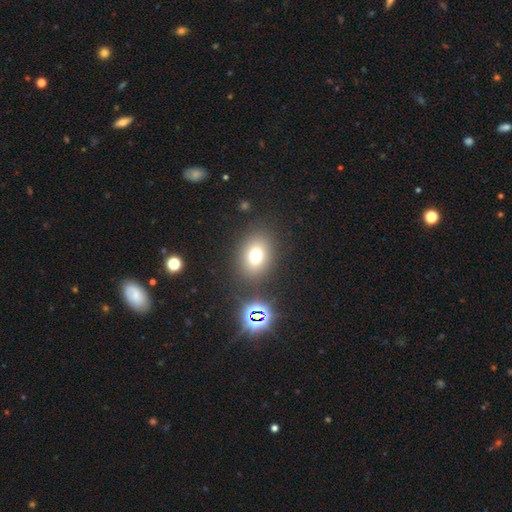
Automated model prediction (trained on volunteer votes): Smooth or featured: smooth — 71% (star or artifact — 19%)
How rounded: in between — 56% (round — 43%)
Merging: none — 83% (minor disturbance — 9%)